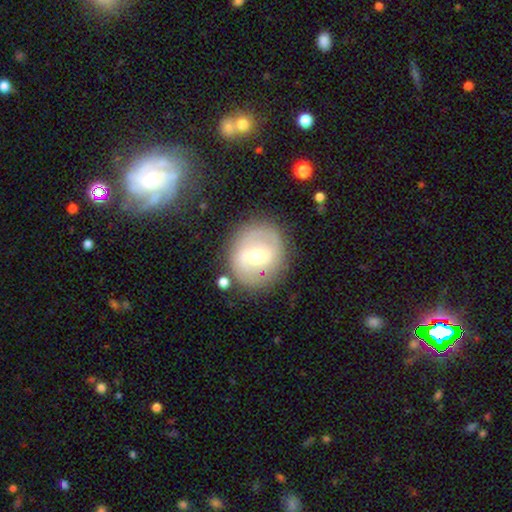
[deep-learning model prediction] smooth-or-featured: featured or disk: 58% | smooth: 35% | star or artifact: 7%
  disk-edge-on: no: 95% | yes: 5%
    bar: weak: 51% | strong: 27% | no: 22%
    has-spiral-arms: yes: 58% | no: 42%
    bulge-size: moderate: 69% | small: 23% | large: 6% | dominant: 1% | none: 1%
  merging: none: 79% | minor disturbance: 13% | major disturbance: 5% | merger: 3%